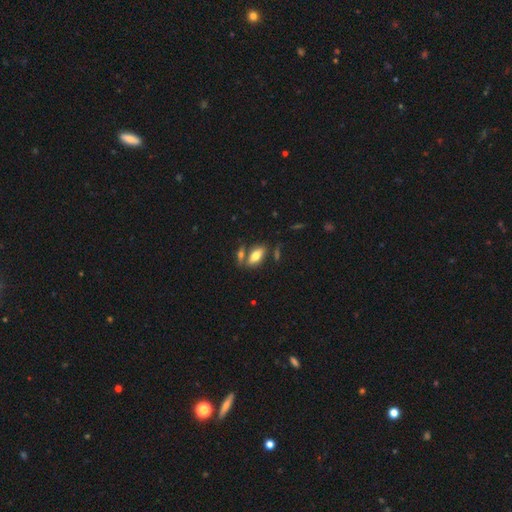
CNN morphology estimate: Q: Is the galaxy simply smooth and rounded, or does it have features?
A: smooth — 66%.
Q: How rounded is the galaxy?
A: in between — 78%.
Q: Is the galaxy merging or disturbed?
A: none — 66%.